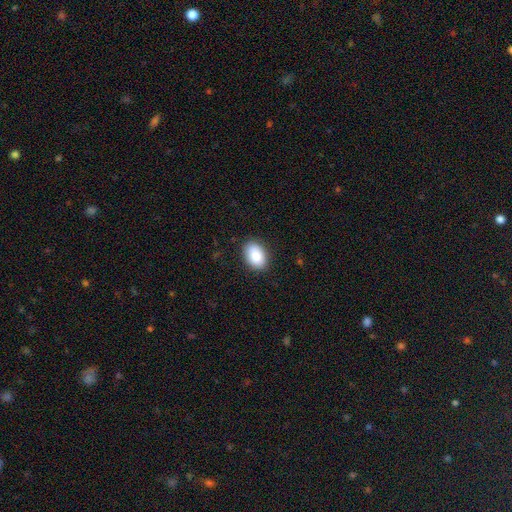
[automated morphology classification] Q: Smooth or featured?
A: smooth (88%); runner-up: star or artifact (7%)
Q: How rounded?
A: in between (88%); runner-up: round (11%)
Q: Merging?
A: none (87%); runner-up: minor disturbance (10%)